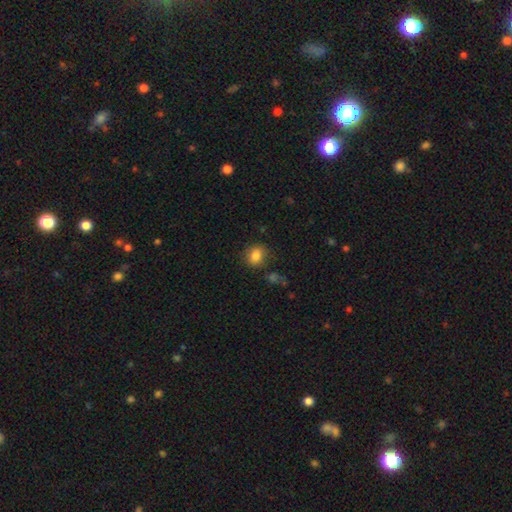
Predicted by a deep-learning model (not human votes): This appears to be a smooth galaxy with no disk features (84%) that is round (62%). Merging: none (80%).